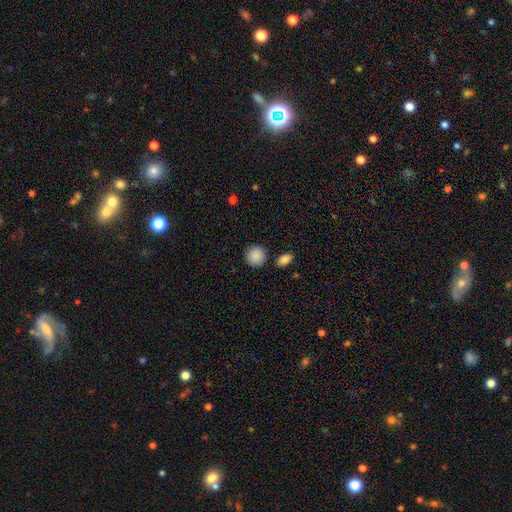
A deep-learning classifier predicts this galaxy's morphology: The model was most divided on "merging": none: 86%, minor disturbance: 8%, merger: 4%, major disturbance: 2%. More confident: how rounded — round (91%); smooth or featured — smooth (89%).